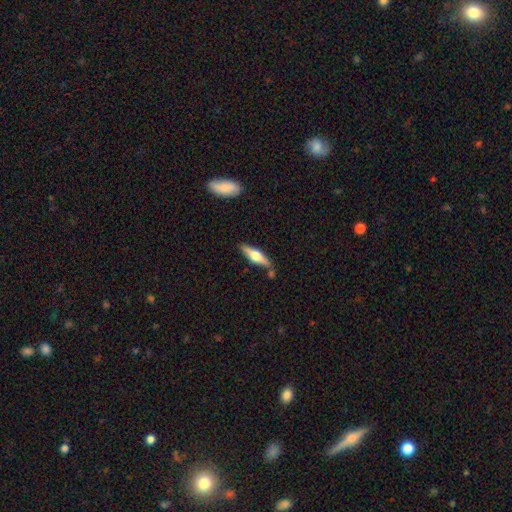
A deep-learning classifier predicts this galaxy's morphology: smooth_or_featured: featured or disk (p=0.58) [alt: smooth p=0.36]
disk_edge_on: yes (p=0.95) [alt: no p=0.05]
edge_on_bulge: rounded (p=0.92) [alt: boxy p=0.06]
merging: none (p=0.78) [alt: minor disturbance p=0.13]